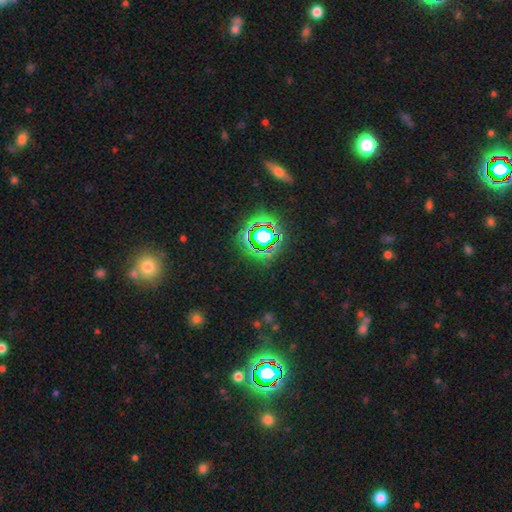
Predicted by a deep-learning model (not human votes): The model was most divided on "smooth or featured": star or artifact: 73%, smooth: 18%, featured or disk: 9%.